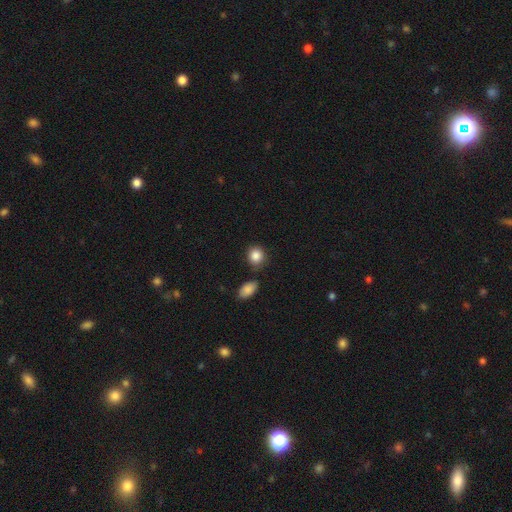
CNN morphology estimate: type=smooth (87%); roundness=round (75%); merging=none (75%).